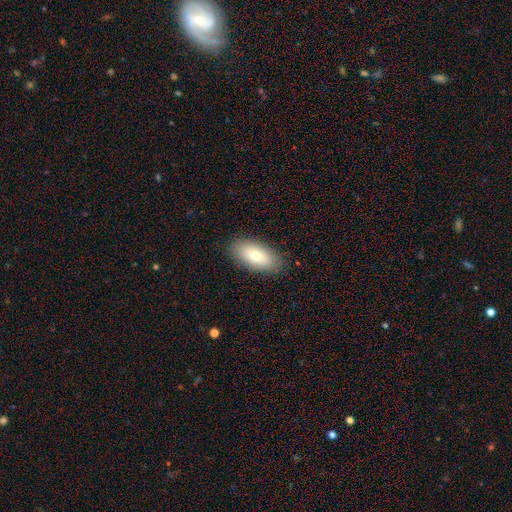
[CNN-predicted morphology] smooth-or-featured: smooth: 78% | featured or disk: 15% | star or artifact: 7%
  how-rounded: in between: 91% | cigar-shaped: 6% | round: 3%
  merging: none: 87% | minor disturbance: 10% | major disturbance: 2% | merger: 1%